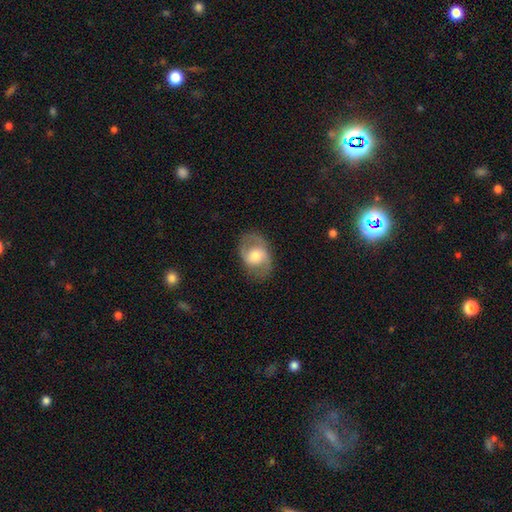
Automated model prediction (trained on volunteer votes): A featured or disk galaxy (58%) with no bar (50%), spiral arms (71%) and a moderate central bulge (67%). Merging: none (77%).